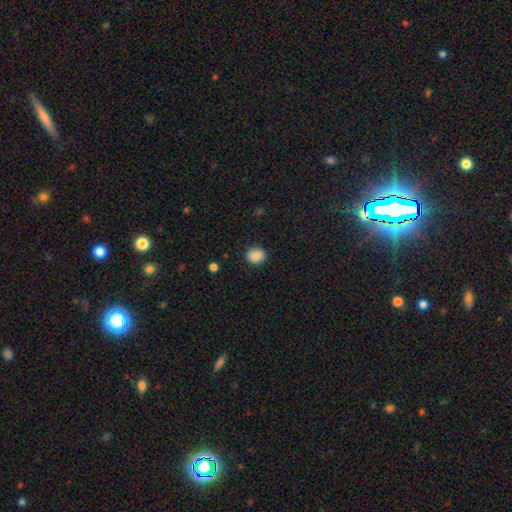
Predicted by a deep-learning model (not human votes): This is clearly a smooth galaxy (87%). How rounded: likely round (67%). Merging: clearly none (87%).